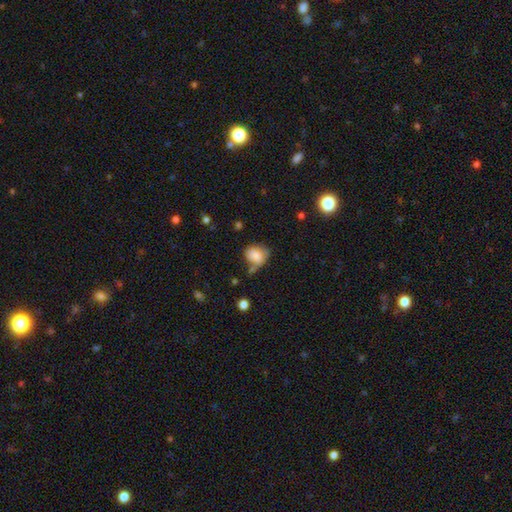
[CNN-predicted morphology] The model was most divided on "how rounded": in between: 52%, round: 47%, cigar-shaped: 1%. Remaining: smooth or featured — smooth (77%); merging — none (40%).